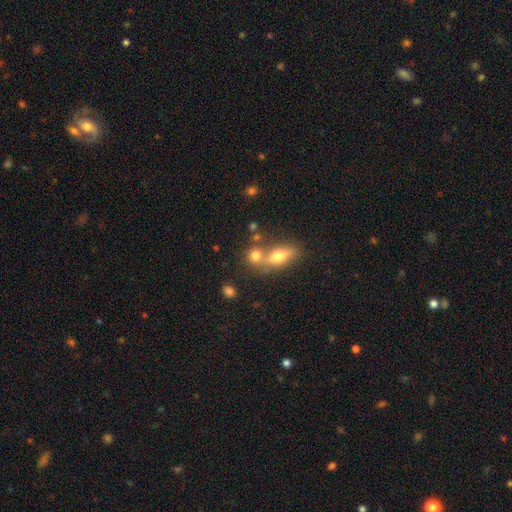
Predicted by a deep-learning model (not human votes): A smooth galaxy with no disk features (75%) that is round (61%).

Vote fractions:
- Smooth or featured? smooth: 75% / featured or disk: 13% / star or artifact: 11%
- How rounded? round: 61% / in between: 33% / cigar-shaped: 6%
- Merging? none: 44% (tied) / merger: 44% (tied) / minor disturbance: 8% / major disturbance: 4%